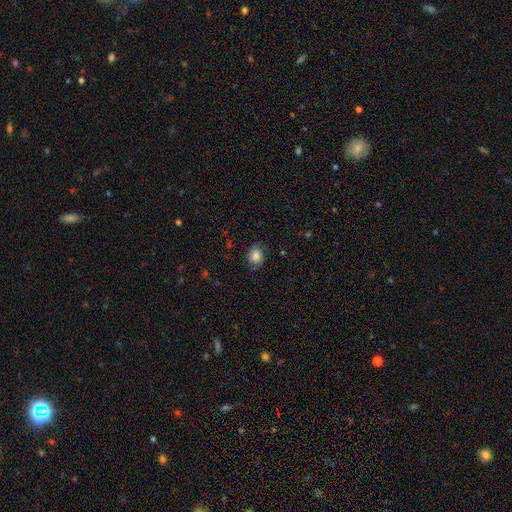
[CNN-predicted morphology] smooth-or-featured: smooth: 83% | star or artifact: 10% | featured or disk: 7%
  how-rounded: round: 58% | in between: 41% | cigar-shaped: 1%
  merging: none: 80% | minor disturbance: 15% | major disturbance: 3% | merger: 1%